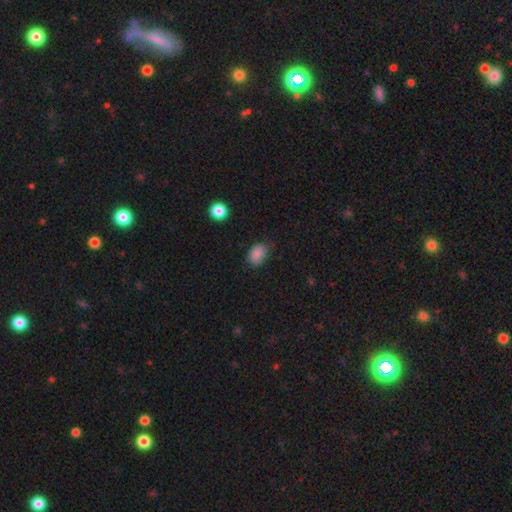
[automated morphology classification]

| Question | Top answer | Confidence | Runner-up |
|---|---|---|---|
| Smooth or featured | smooth | 86% | star or artifact (10%) |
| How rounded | in between | 80% | round (19%) |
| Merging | none | 69% | minor disturbance (25%) |